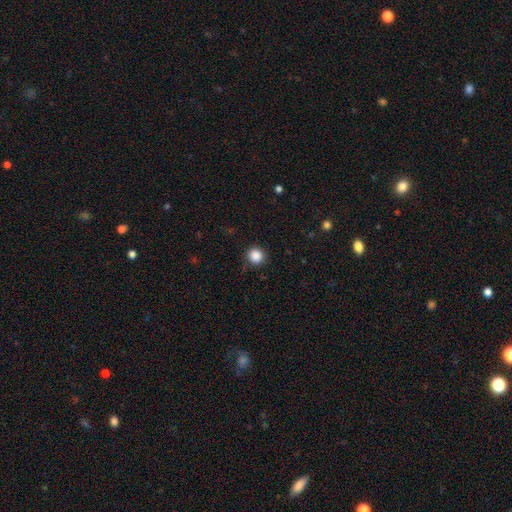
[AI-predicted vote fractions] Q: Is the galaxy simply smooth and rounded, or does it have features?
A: smooth — 87%.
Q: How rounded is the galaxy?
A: round — 94%.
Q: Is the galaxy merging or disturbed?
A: none — 88%.